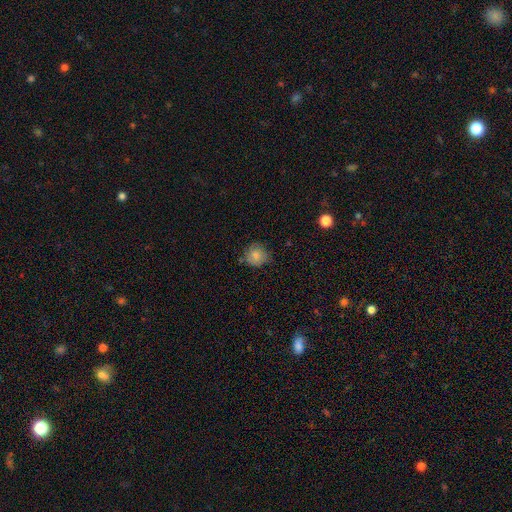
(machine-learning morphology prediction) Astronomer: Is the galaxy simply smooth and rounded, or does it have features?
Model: smooth — 79%.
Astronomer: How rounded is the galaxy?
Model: round — 86%.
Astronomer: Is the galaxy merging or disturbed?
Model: none — 70%.